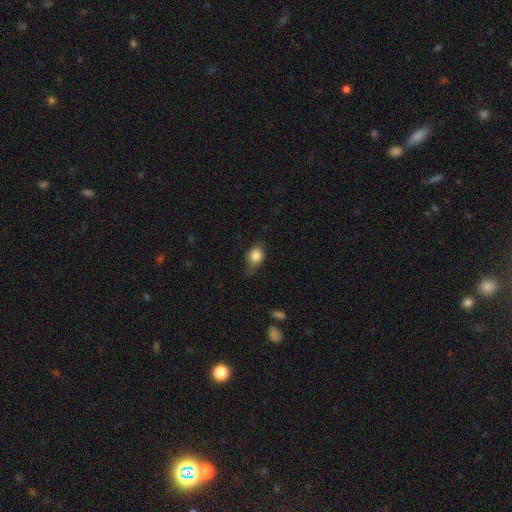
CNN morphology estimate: type=smooth (82%); roundness=round (50%); merging=none (56%).